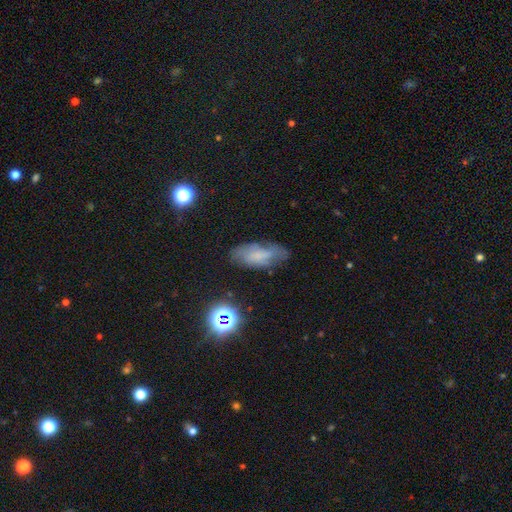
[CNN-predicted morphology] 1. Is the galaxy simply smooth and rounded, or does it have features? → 48% smooth, 37% featured or disk, 15% star or artifact.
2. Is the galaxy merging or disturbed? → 63% none, 25% minor disturbance, 9% major disturbance, 3% merger.